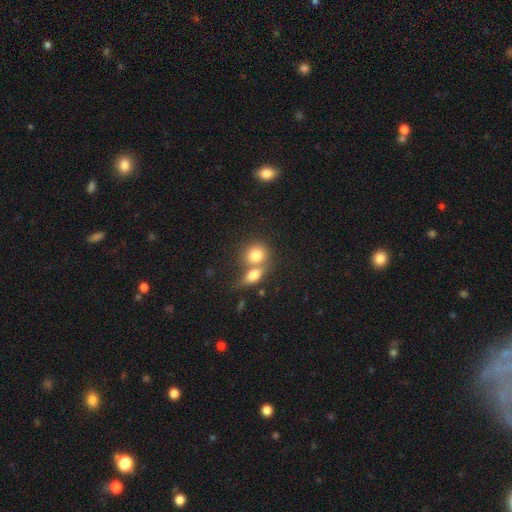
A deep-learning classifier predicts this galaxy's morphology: This appears to be a smooth galaxy with no disk features (78%) that is round (66%). Merging: merger (58%).